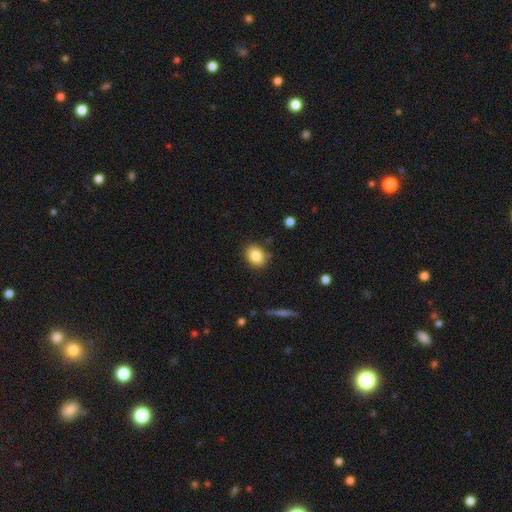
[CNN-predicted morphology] smooth 84%, star or artifact 9%, featured or disk 7%. Down the decision tree: how rounded — in between (53%); merging — none (84%).